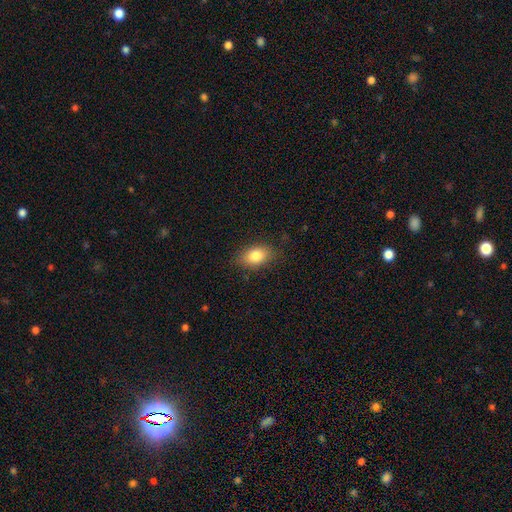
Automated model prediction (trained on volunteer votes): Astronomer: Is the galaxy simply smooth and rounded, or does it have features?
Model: smooth — 82%.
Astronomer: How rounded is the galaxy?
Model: in between — 84%.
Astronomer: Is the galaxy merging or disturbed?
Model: none — 83%.